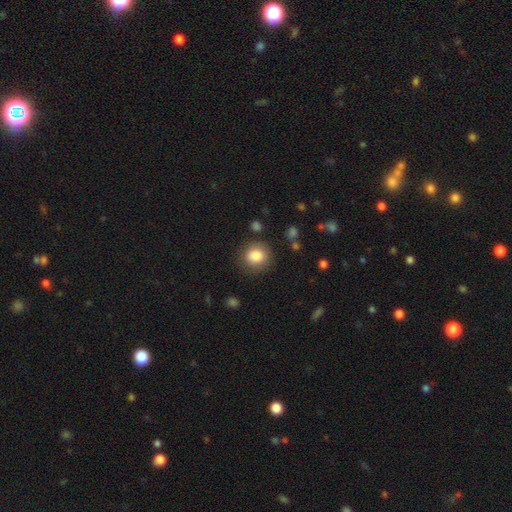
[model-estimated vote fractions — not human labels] Smooth or featured?
  - smooth: 85% *
  - star or artifact: 9%
  - featured or disk: 6%
How rounded?
  - round: 81% *
  - in between: 18%
  - cigar-shaped: 1%
Merging?
  - none: 82% *
  - minor disturbance: 11%
  - major disturbance: 4%
  - merger: 2%